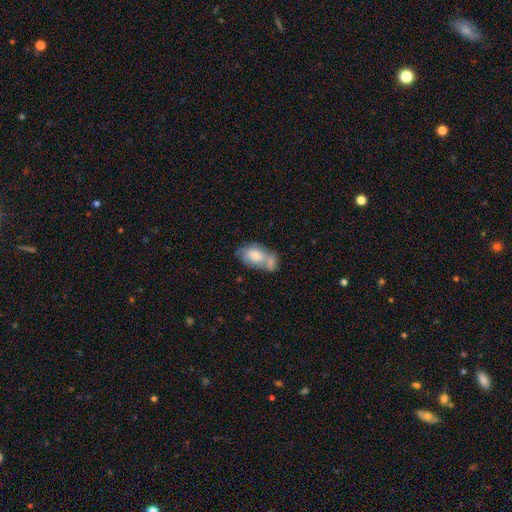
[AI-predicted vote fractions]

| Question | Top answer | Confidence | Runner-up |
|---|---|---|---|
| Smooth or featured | smooth | 67% | featured or disk (26%) |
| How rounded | in between | 88% | round (10%) |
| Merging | merger | 51% | none (25%) |